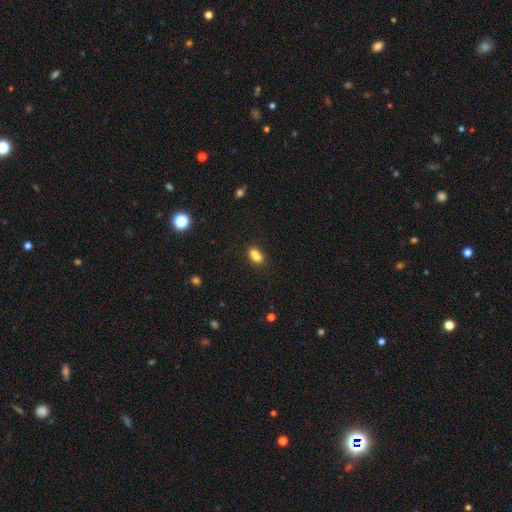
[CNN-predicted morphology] Smooth or featured? Predicted: smooth (p=0.73). How rounded? Predicted: in between (p=0.62). Merging? Predicted: merger (p=0.54).